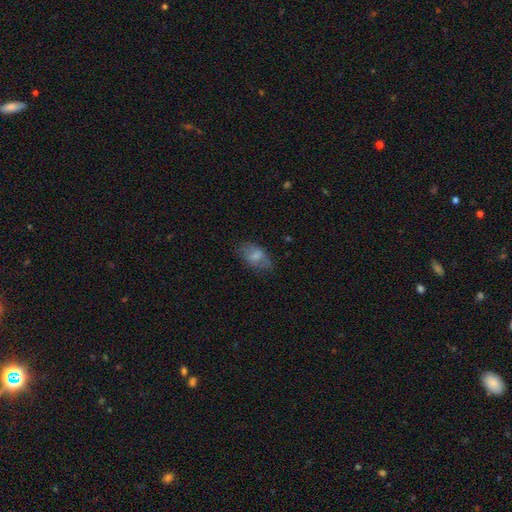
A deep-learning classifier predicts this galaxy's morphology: This is likely a smooth galaxy (67%). How rounded: clearly in between (89%). Merging: likely none (62%).